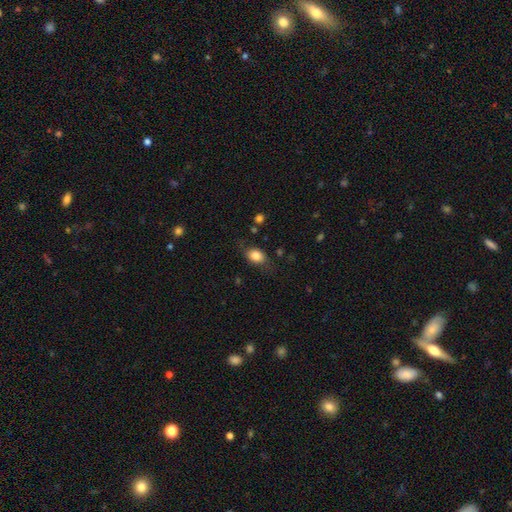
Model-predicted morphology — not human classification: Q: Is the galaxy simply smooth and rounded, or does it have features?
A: smooth — 79%.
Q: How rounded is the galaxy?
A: in between — 75%.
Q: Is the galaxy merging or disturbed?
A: none — 70%.